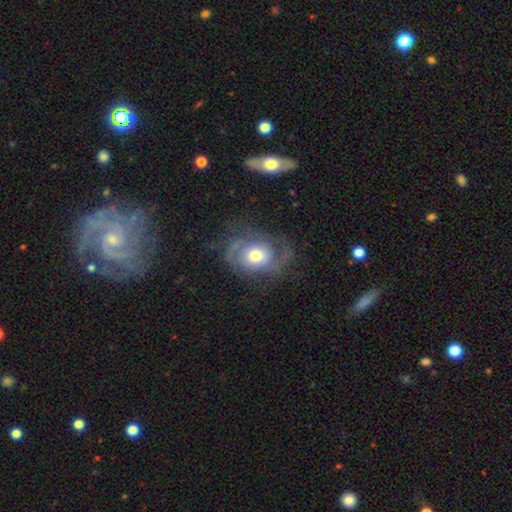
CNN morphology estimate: smooth_or_featured: featured or disk (p=0.65) [alt: smooth p=0.27]
disk_edge_on: no (p=0.96) [alt: yes p=0.04]
bar: no (p=0.79) [alt: weak p=0.17]
has_spiral_arms: yes (p=0.79) [alt: no p=0.21]
bulge_size: moderate (p=0.69) [alt: large p=0.18]
merging: none (p=0.56) [alt: minor disturbance p=0.21]